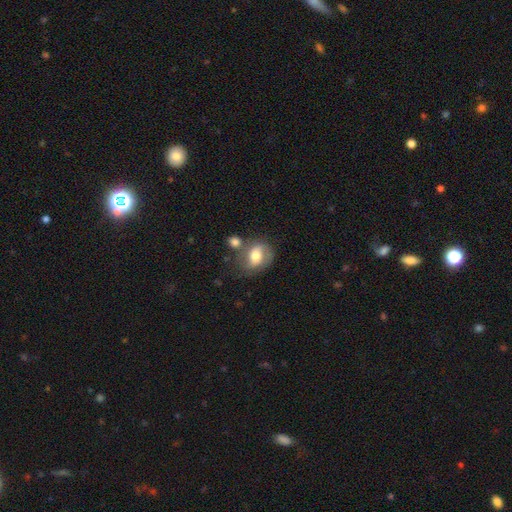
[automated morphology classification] Smooth or featured?
  - smooth: 52% *
  - featured or disk: 40%
  - star or artifact: 8%
How rounded?
  - in between: 55% *
  - round: 44%
  - cigar-shaped: 1%
Merging?
  - none: 52% *
  - minor disturbance: 21%
  - merger: 17%
  - major disturbance: 10%